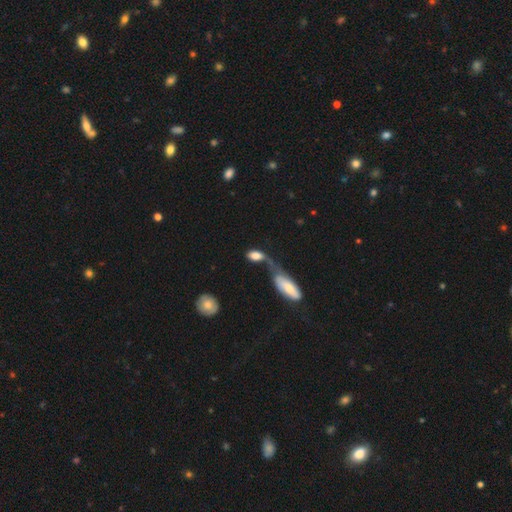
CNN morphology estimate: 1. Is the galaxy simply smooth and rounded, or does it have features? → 74% smooth, 19% featured or disk, 7% star or artifact.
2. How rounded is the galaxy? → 85% in between, 8% round, 7% cigar-shaped.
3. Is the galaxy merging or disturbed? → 53% merger, 18% major disturbance, 18% none, 12% minor disturbance.